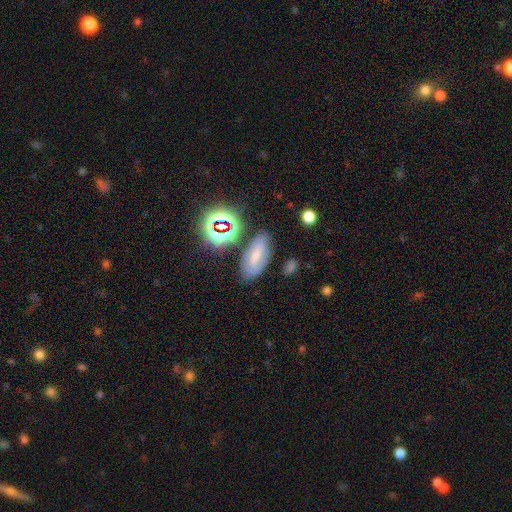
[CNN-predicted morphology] Smooth or featured: smooth — 43% (featured or disk — 35%)
Merging: none — 75% (minor disturbance — 15%)